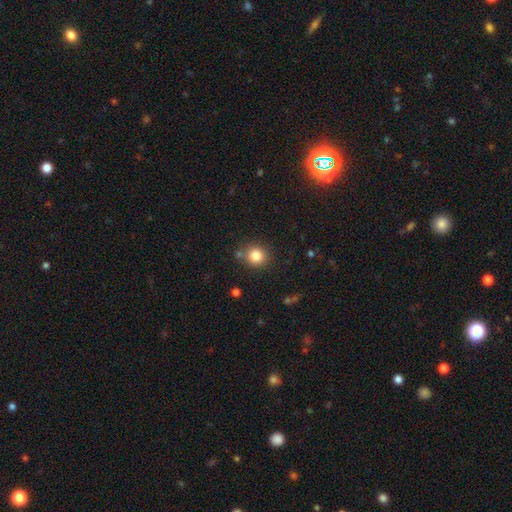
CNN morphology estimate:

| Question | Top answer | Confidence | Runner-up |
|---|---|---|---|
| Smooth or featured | smooth | 83% | star or artifact (11%) |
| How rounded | round | 89% | in between (10%) |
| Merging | none | 80% | minor disturbance (10%) |